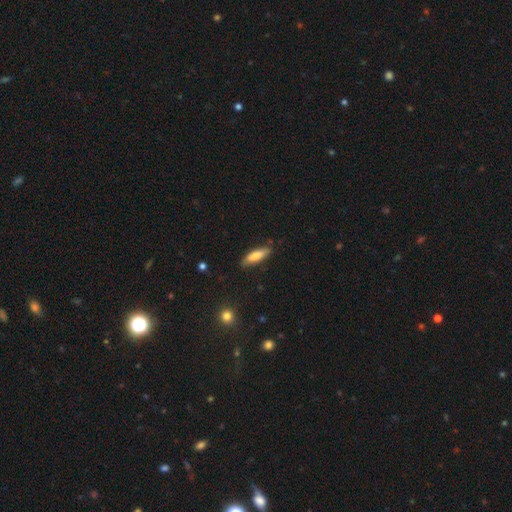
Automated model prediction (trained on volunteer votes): Overall: smooth (76%). How rounded: cigar-shaped (60%; in between 39%). Merging: none (81%).